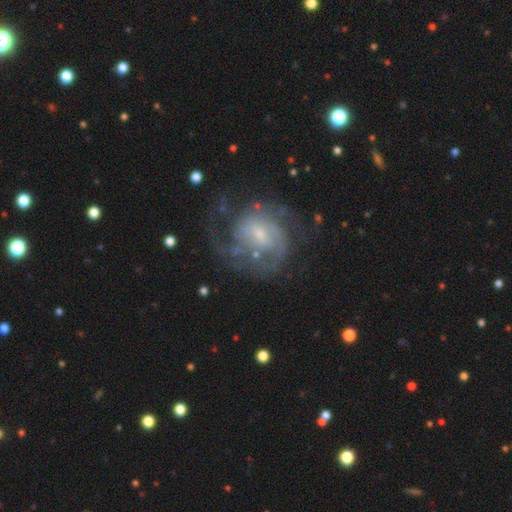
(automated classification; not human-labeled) A featured or disk galaxy (83%) with a weak bar (47%), 2 (40%) medium (44%) spiral arms (94%) and a small central bulge (59%).

Vote fractions:
- Smooth or featured? featured or disk: 83% / smooth: 10% / star or artifact: 7%
- Edge-on disk? no: 98% / yes: 2%
- Bar? weak: 47% / no: 44% / strong: 9%
- Spiral arms? yes: 94% / no: 6%
- Spiral winding? medium: 44% / tight: 40% / loose: 16%
- Spiral arm count? 2: 40% / can't tell: 25% / 3: 17% / 1: 9% / 4: 5% / more than 4: 4%
- Bulge size? small: 59% / moderate: 29% / none: 8% / large: 3% / dominant: 1%
- Merging? none: 61% / major disturbance: 19% / minor disturbance: 18% / merger: 3%